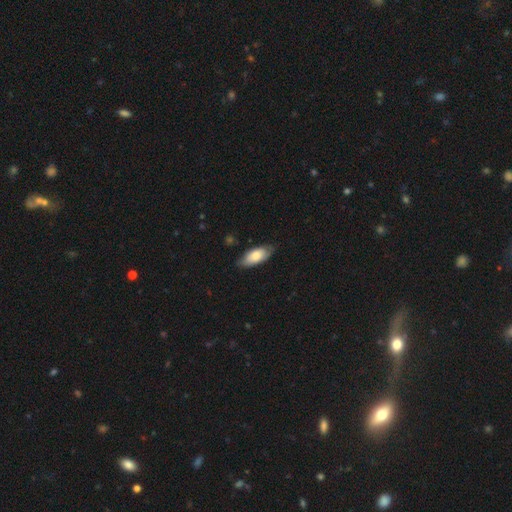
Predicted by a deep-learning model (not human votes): smooth-or-featured: smooth: 73% | featured or disk: 22% | star or artifact: 6%
  how-rounded: in between: 86% | cigar-shaped: 12% | round: 2%
  merging: none: 75% | minor disturbance: 21% | major disturbance: 3% | merger: 1%